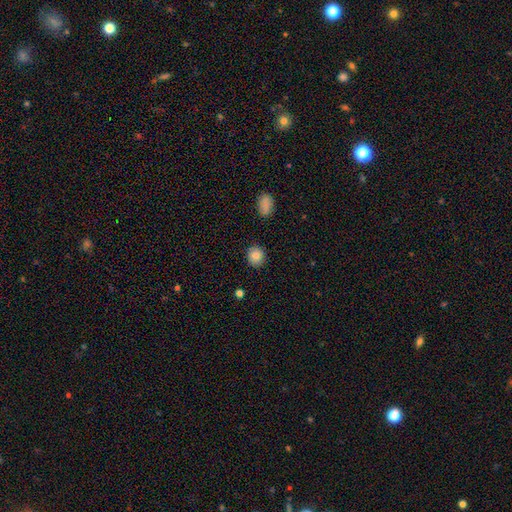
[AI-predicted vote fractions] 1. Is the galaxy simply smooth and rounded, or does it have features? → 86% smooth, 9% star or artifact, 5% featured or disk.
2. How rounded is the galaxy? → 79% round, 20% in between, 1% cigar-shaped.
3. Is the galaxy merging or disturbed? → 87% none, 9% minor disturbance, 2% major disturbance, 2% merger.